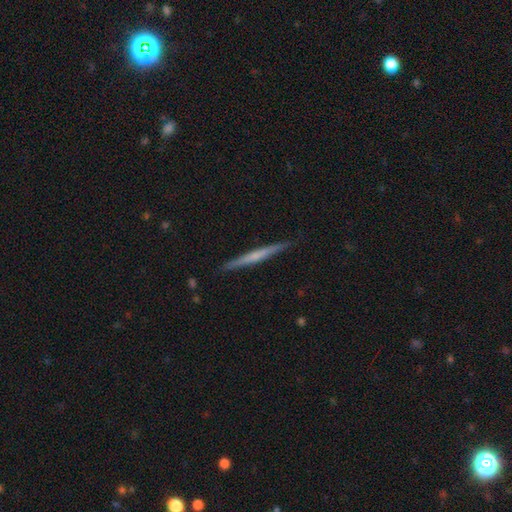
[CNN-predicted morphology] The model was most divided on "smooth or featured": featured or disk: 55%, smooth: 39%, star or artifact: 5%. More confident: edge-on disk — yes (98%); merging — none (91%); edge-on bulge — none (61%).